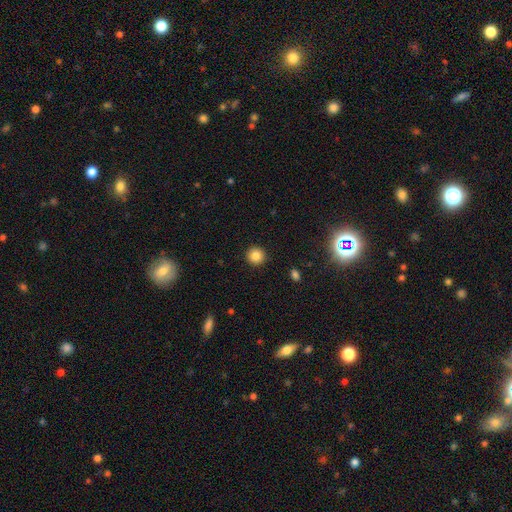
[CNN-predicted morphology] This is clearly a smooth galaxy (85%). How rounded: clearly round (95%). Merging: clearly none (92%).